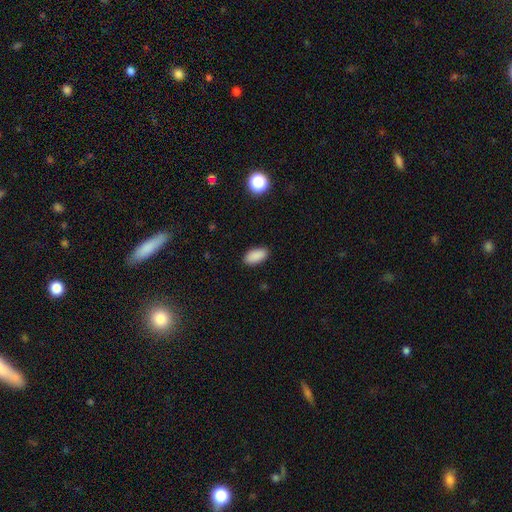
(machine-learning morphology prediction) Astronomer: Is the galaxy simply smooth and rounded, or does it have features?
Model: smooth — 89%.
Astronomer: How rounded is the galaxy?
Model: in between — 93%.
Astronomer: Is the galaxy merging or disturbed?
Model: none — 88%.